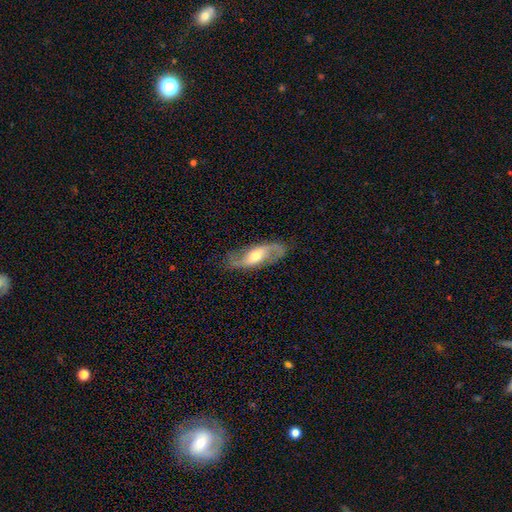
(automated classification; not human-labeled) featured or disk 79%, smooth 16%, star or artifact 5%. Down the decision tree: edge-on disk — no (88%); bar — no (43%); spiral arms — yes (92%); spiral arm count — 2 (90%); spiral winding — loose (51%); bulge size — moderate (64%); merging — none (79%).